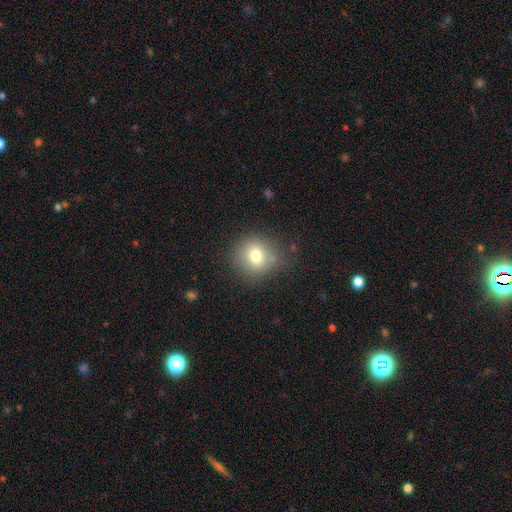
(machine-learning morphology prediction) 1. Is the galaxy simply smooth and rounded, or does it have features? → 74% smooth, 14% featured or disk, 12% star or artifact.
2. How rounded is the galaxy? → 81% round, 18% in between, 1% cigar-shaped.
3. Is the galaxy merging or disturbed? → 75% none, 16% minor disturbance, 6% major disturbance, 3% merger.